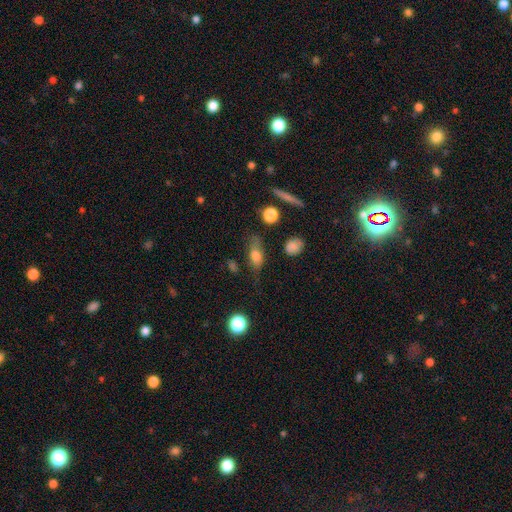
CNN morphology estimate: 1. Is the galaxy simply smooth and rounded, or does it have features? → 68% smooth, 22% featured or disk, 10% star or artifact.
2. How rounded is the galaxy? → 68% in between, 22% cigar-shaped, 10% round.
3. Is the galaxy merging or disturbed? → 59% none, 25% minor disturbance, 11% major disturbance, 4% merger.